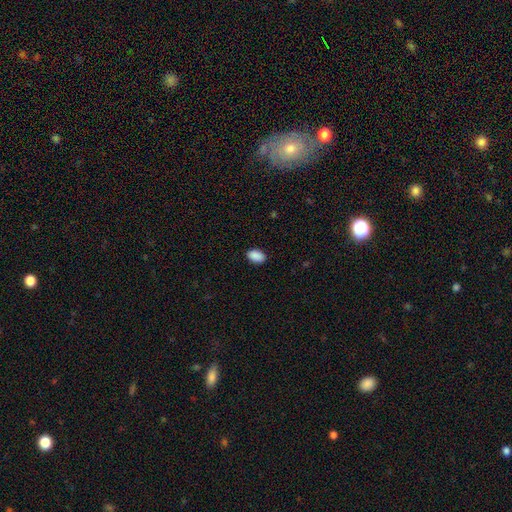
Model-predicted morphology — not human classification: Smooth or featured?
  - smooth: 90% *
  - star or artifact: 7%
  - featured or disk: 2%
How rounded?
  - in between: 91% *
  - round: 8%
  - cigar-shaped: 1%
Merging?
  - none: 88% *
  - minor disturbance: 9%
  - major disturbance: 2%
  - merger: 1%